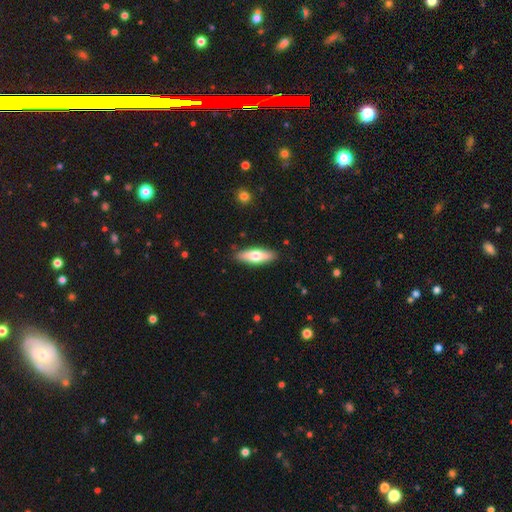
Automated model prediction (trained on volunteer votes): Q: Smooth or featured?
A: smooth (61%); runner-up: featured or disk (33%)
Q: How rounded?
A: in between (52%); runner-up: cigar-shaped (45%)
Q: Merging?
A: none (88%); runner-up: minor disturbance (9%)